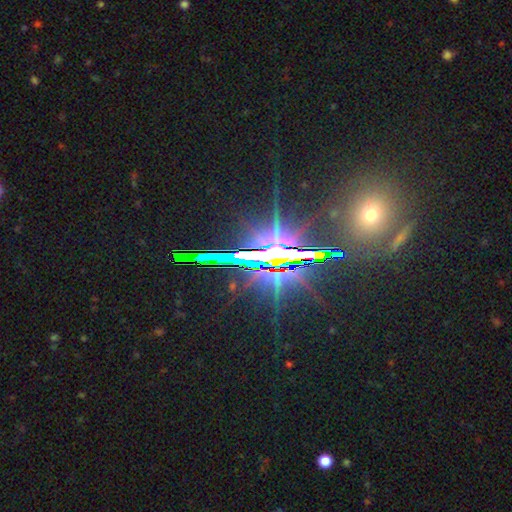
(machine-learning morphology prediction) This appears to be a star or artifact, not a galaxy (77%).